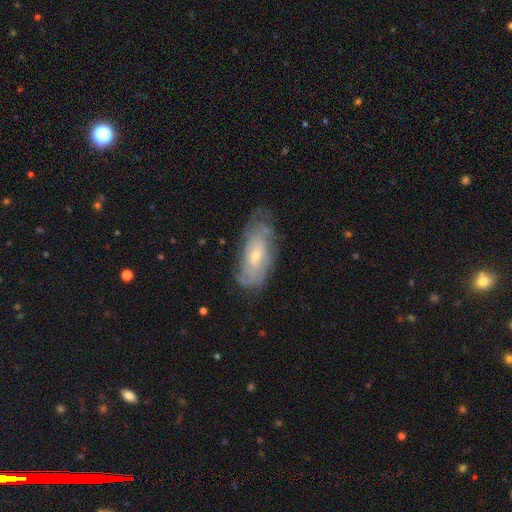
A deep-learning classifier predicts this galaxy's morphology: type=featured or disk (70%); edge-on=no (89%); bar=no (69%); spiral arms=yes (84%); winding=tight (63%); arm count=can't tell (62%); bulge=small (58%); merging=none (63%).